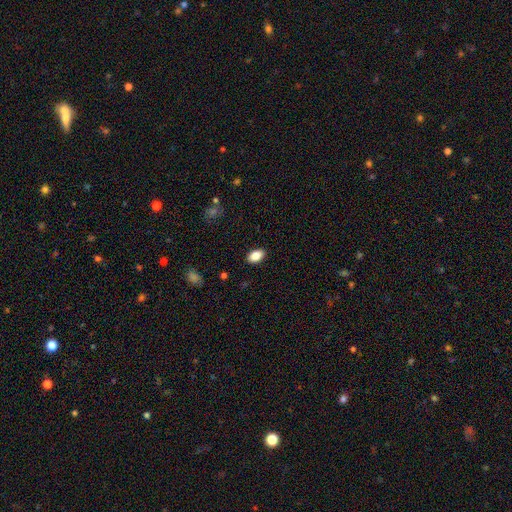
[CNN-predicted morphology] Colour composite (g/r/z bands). It shows a smooth galaxy with no disk features (86%) that is in between round and cigar-shaped (91%). Merging: none (89%).